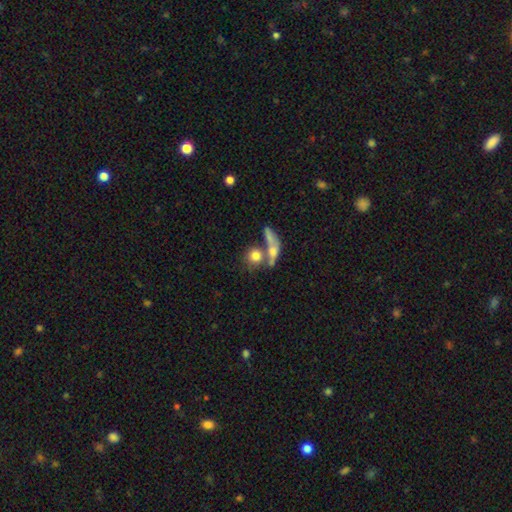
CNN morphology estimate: Overall: smooth (71%). How rounded: round (74%). Merging: merger (42%; none 40%).